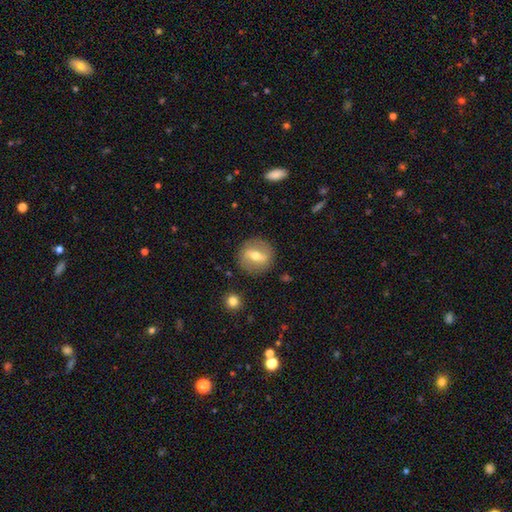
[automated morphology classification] This is possibly a featured or disk galaxy (54%). It is likely not viewed edge-on (79%). Merging: clearly none (86%).